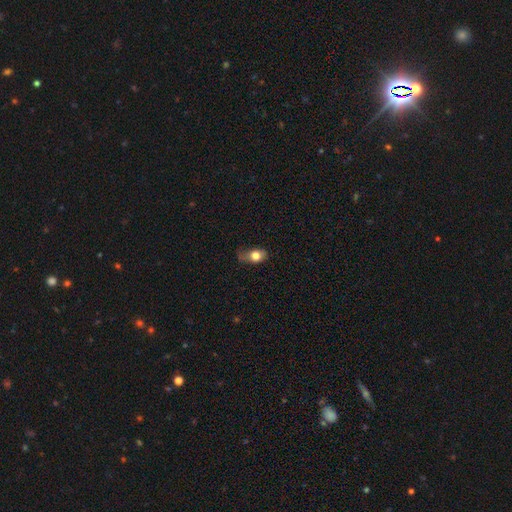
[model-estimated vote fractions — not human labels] Smooth or featured?
  - smooth: 77% *
  - featured or disk: 14%
  - star or artifact: 9%
How rounded?
  - in between: 70% *
  - round: 27%
  - cigar-shaped: 3%
Merging?
  - minor disturbance: 39% *
  - none: 37%
  - major disturbance: 22%
  - merger: 2%